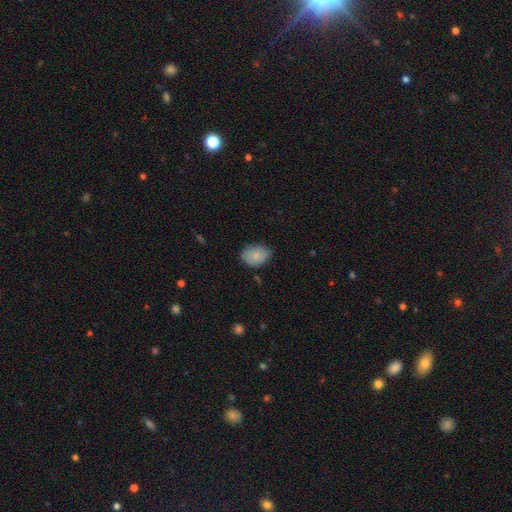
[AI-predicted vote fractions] Smooth or featured? Predicted: smooth (p=0.82). How rounded? Predicted: in between (p=0.69). Merging? Predicted: none (p=0.71).